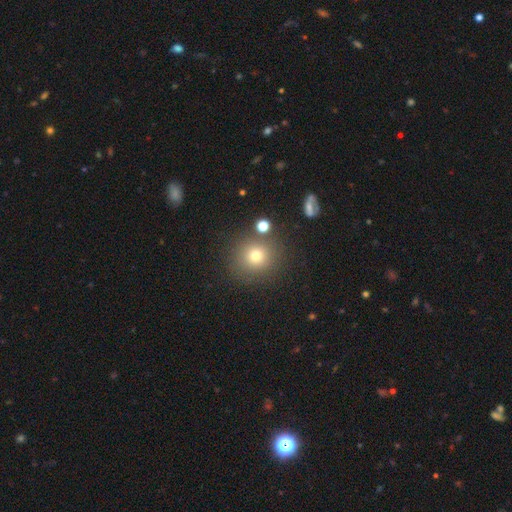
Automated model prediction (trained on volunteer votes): Smooth or featured? Predicted: smooth (p=0.73). How rounded? Predicted: round (p=0.90). Merging? Predicted: none (p=0.81).